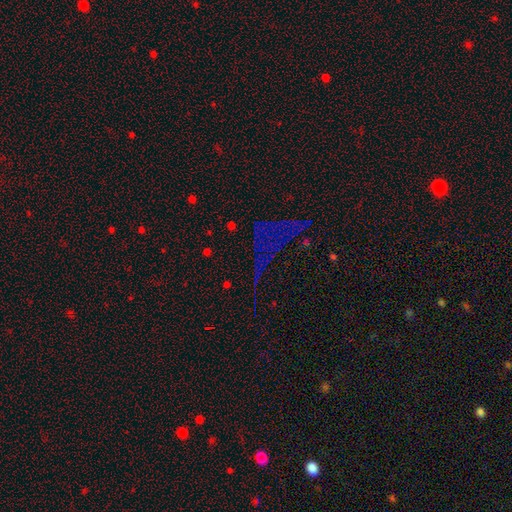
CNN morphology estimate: Smooth or featured: star or artifact — 66% (smooth — 18%)